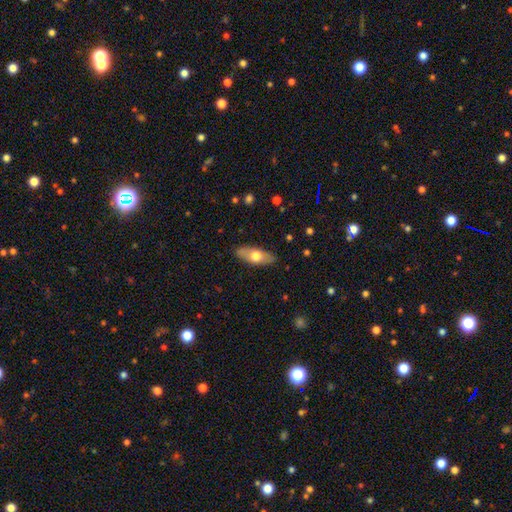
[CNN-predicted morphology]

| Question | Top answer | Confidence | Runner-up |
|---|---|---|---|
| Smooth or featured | smooth | 61% | featured or disk (34%) |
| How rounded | in between | 75% | cigar-shaped (22%) |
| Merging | none | 85% | minor disturbance (11%) |